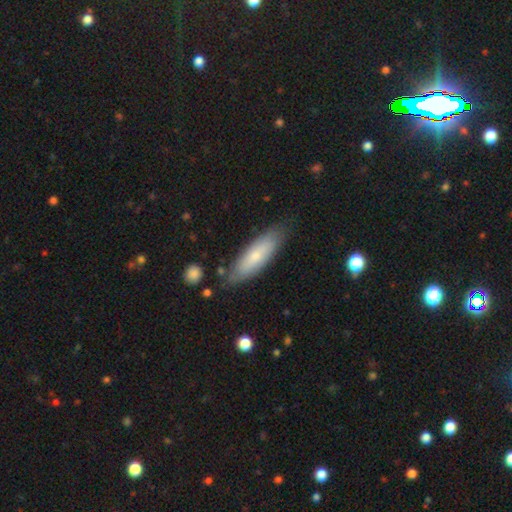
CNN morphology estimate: The model was most divided on "how rounded": cigar-shaped: 55%, in between: 43%, round: 2%. More confident: merging — none (78%); smooth or featured — smooth (67%).